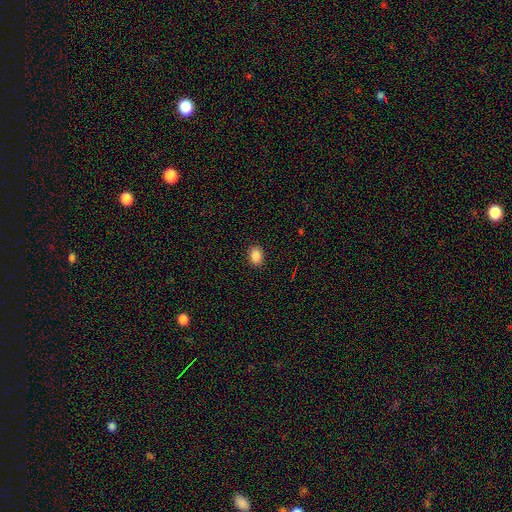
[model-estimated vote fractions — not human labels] Q: Smooth or featured?
A: smooth (87%); runner-up: star or artifact (10%)
Q: How rounded?
A: in between (68%); runner-up: round (31%)
Q: Merging?
A: none (89%); runner-up: minor disturbance (8%)